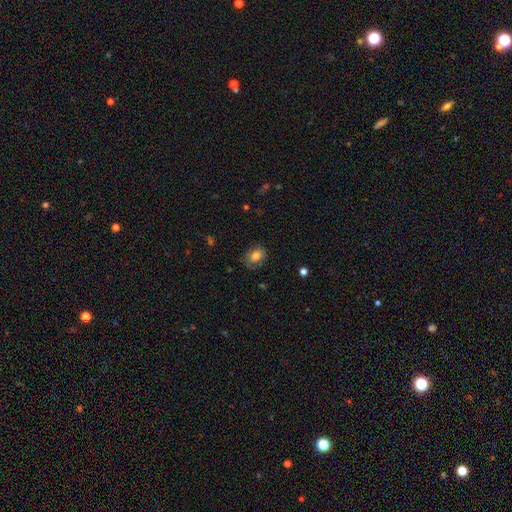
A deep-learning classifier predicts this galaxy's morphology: This appears to be a smooth galaxy with no disk features (80%) that is in between round and cigar-shaped (63%). Merging: none (73%).